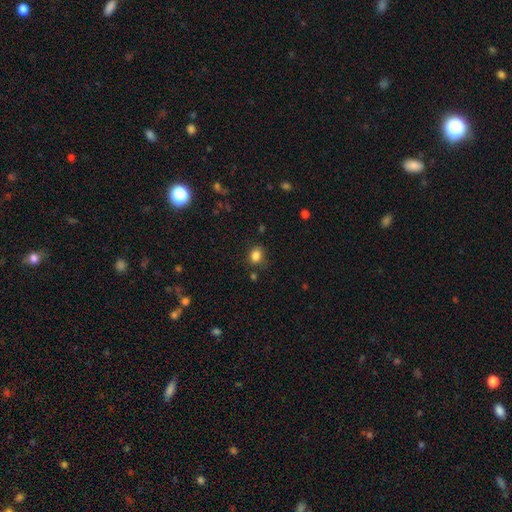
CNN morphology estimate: Smooth or featured: smooth — 84% (star or artifact — 12%)
How rounded: round — 59% (in between — 40%)
Merging: none — 79% (minor disturbance — 14%)